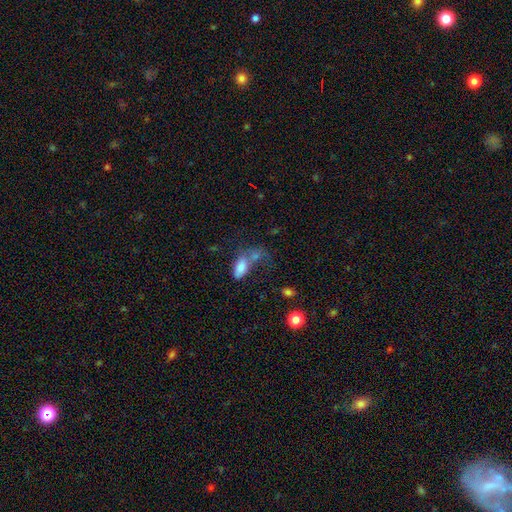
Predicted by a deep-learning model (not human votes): This is likely a smooth galaxy (69%). How rounded: clearly in between (83%). Merging: marginally merger (38%).